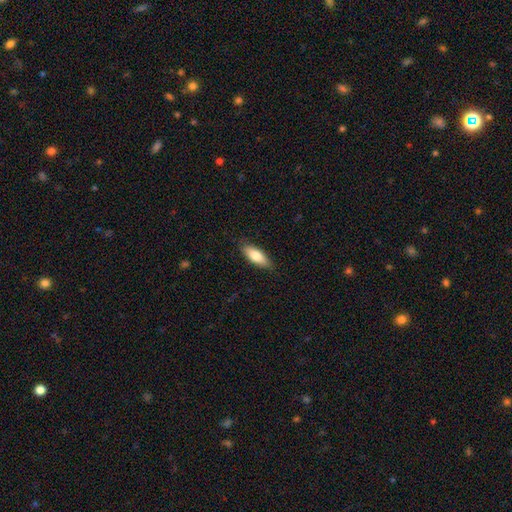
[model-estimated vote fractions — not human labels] A smooth galaxy with no disk features (79%) that is in between round and cigar-shaped (70%).

Vote fractions:
- Smooth or featured? smooth: 79% / featured or disk: 15% / star or artifact: 6%
- How rounded? in between: 70% / cigar-shaped: 28% / round: 2%
- Merging? none: 86% / minor disturbance: 11% / major disturbance: 2% / merger: 1%